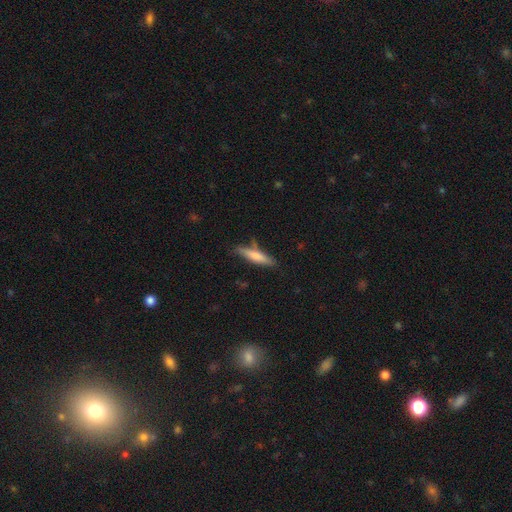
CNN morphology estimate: This appears to be a smooth galaxy with no disk features (67%) that is cigar-shaped (83%). Merging: none (74%).